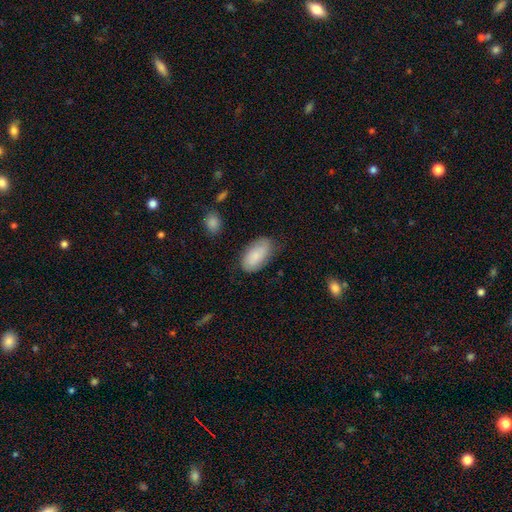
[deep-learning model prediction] This is likely a smooth galaxy (78%). How rounded: clearly in between (94%). Merging: likely none (74%).